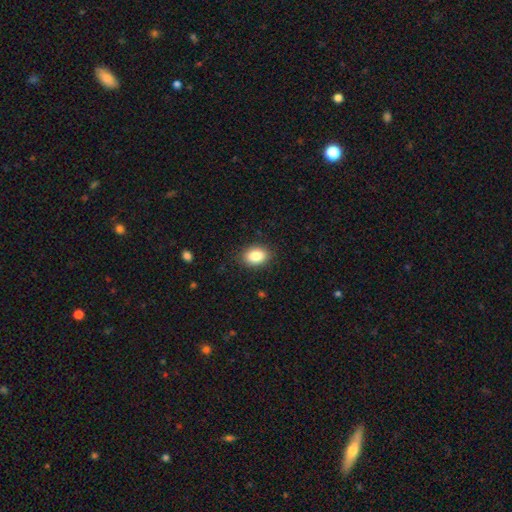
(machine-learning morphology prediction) The model was most divided on "how rounded": in between: 74%, round: 24%, cigar-shaped: 1%. More confident: merging — none (88%); smooth or featured — smooth (86%).